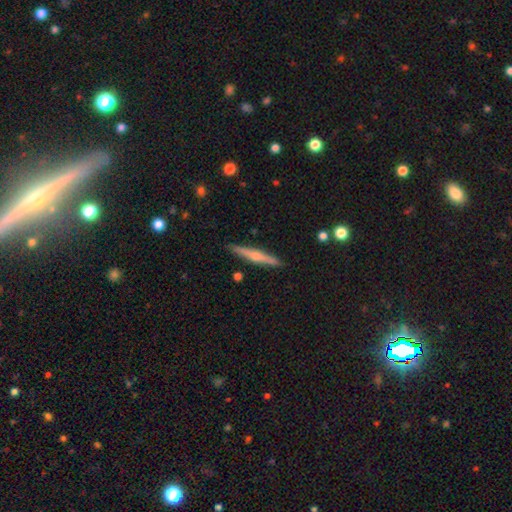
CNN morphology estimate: smooth-or-featured: featured or disk: 64% | smooth: 29% | star or artifact: 6%
  disk-edge-on: yes: 97% | no: 3%
    edge-on-bulge: rounded: 82% | none: 13% | boxy: 5%
  merging: none: 91% | minor disturbance: 7% | merger: 1% | major disturbance: 1%